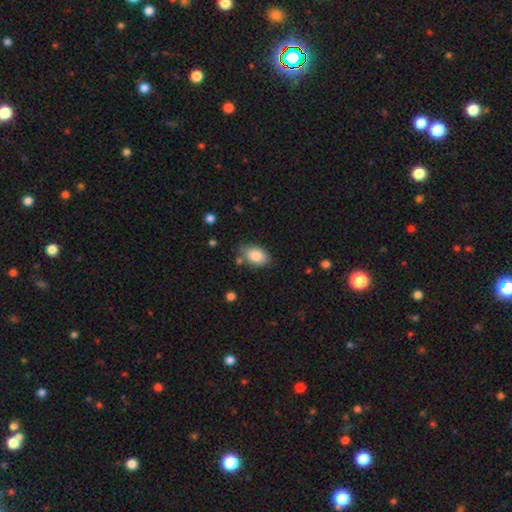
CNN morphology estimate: This is clearly a smooth galaxy (84%). How rounded: clearly in between (89%). Merging: likely none (70%).